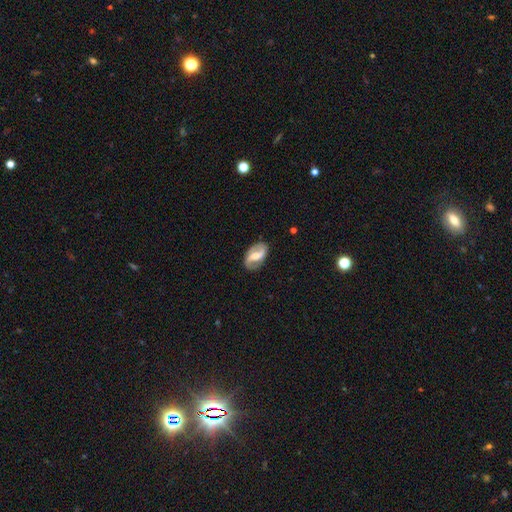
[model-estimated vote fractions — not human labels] Morphology: type=featured or disk (78%); edge-on=no (97%); bar=weak (46%); spiral arms=yes (92%); winding=medium (44%); arm count=2 (89%); bulge=moderate (49%); merging=none (81%).